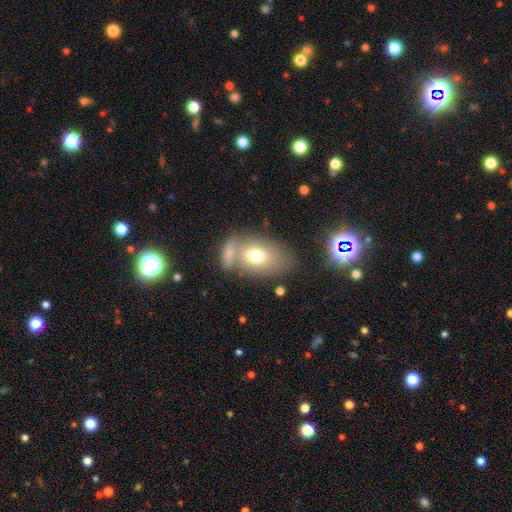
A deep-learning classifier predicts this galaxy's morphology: A smooth galaxy with no disk features (71%) that is in between round and cigar-shaped (80%).

Vote fractions:
- Smooth or featured? smooth: 71% / featured or disk: 20% / star or artifact: 9%
- How rounded? in between: 80% / round: 19% / cigar-shaped: 2%
- Merging? none: 51% / merger: 27% / minor disturbance: 15% / major disturbance: 7%